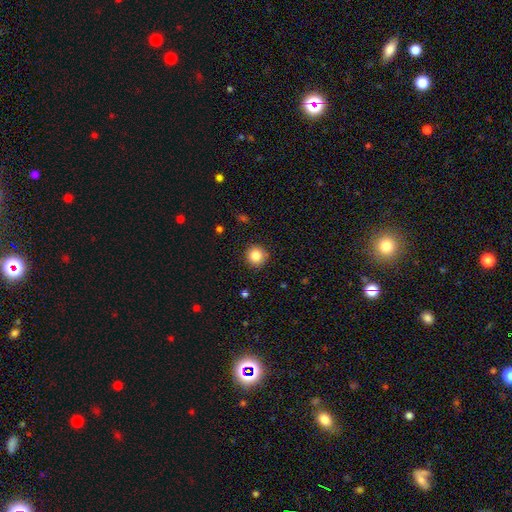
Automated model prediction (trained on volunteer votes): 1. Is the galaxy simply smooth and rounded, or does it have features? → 85% smooth, 10% star or artifact, 5% featured or disk.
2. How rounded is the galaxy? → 95% round, 4% in between, 1% cigar-shaped.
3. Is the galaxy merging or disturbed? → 90% none, 7% minor disturbance, 2% major disturbance, 1% merger.